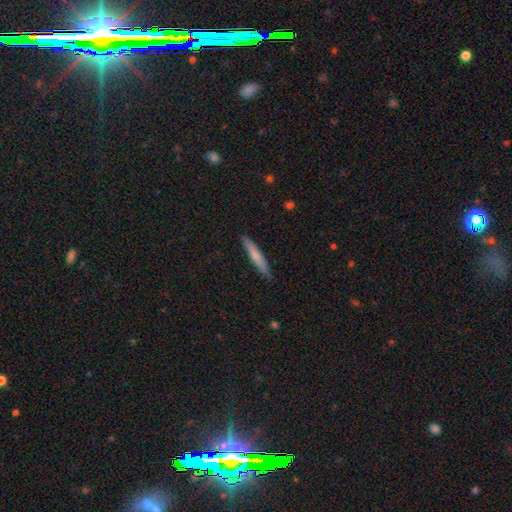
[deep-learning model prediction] Smooth or featured? smooth (64%)
How rounded? cigar-shaped (94%)
Merging? none (90%)